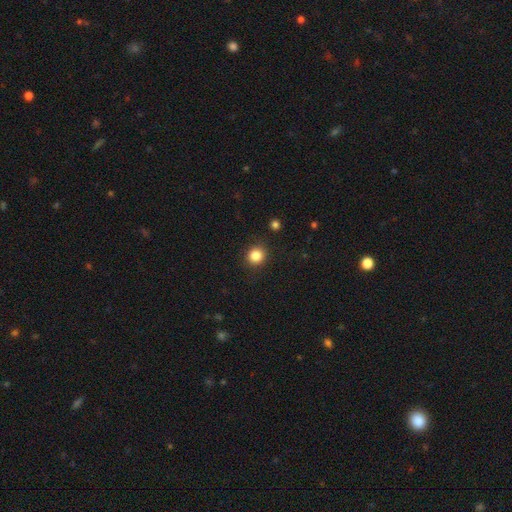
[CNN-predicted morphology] Smooth or featured: smooth — 85% (star or artifact — 11%)
How rounded: round — 87% (in between — 12%)
Merging: none — 90% (minor disturbance — 7%)